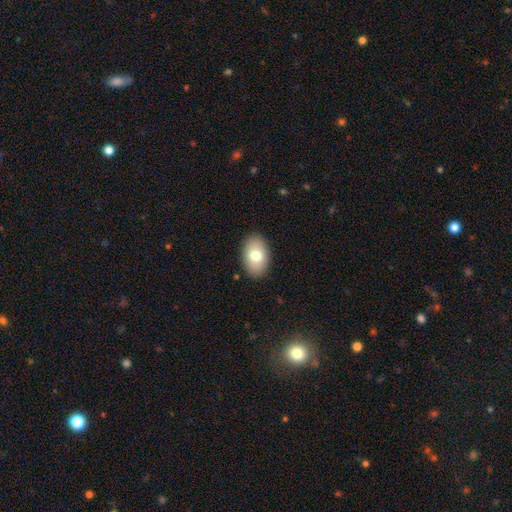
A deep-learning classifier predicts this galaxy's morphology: Overall: smooth (76%). How rounded: in between (89%). Merging: none (88%).